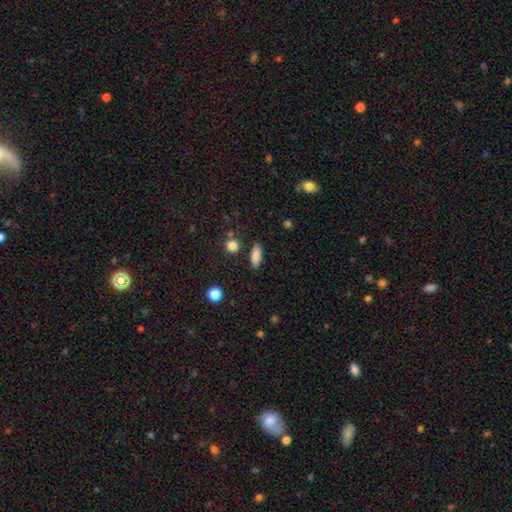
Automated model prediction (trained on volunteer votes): Morphology: type=smooth (85%); roundness=in between (70%); merging=none (86%).